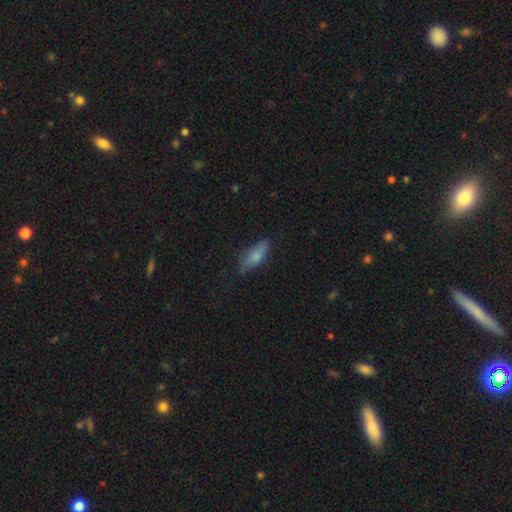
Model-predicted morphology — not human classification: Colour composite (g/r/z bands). It shows a smooth galaxy with no disk features (77%) that is in between round and cigar-shaped (68%). Merging: none (68%).